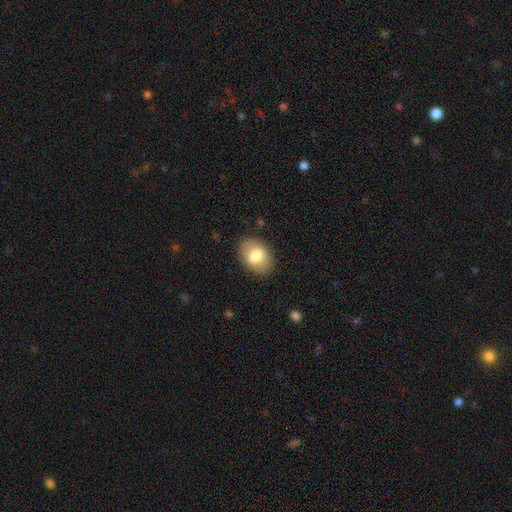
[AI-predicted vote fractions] The model was most divided on "how rounded": in between: 76%, round: 23%, cigar-shaped: 1%. More confident: merging — none (86%); smooth or featured — smooth (78%).